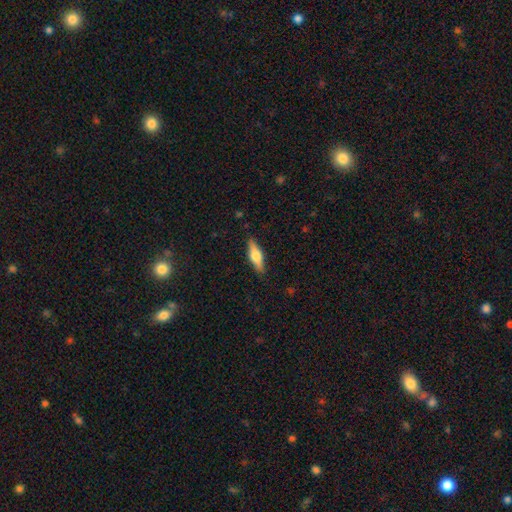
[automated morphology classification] smooth-or-featured: smooth: 56% | featured or disk: 38% | star or artifact: 6%
  how-rounded: cigar-shaped: 50% | in between: 48% | round: 3%
  merging: none: 88% | minor disturbance: 9% | major disturbance: 2% | merger: 1%